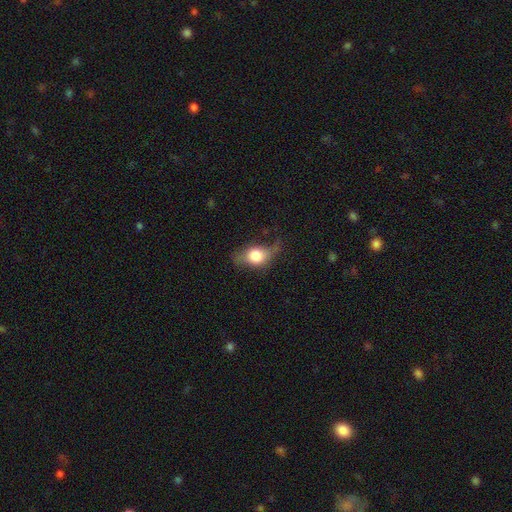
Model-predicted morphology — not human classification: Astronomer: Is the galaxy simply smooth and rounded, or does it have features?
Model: smooth — 66%.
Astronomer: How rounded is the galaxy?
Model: in between — 59% (runner-up: round, 38%).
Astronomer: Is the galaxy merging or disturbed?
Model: none — 43% (runner-up: minor disturbance, 33%).